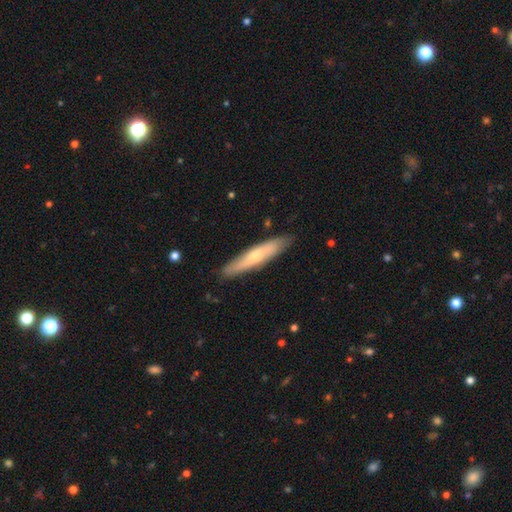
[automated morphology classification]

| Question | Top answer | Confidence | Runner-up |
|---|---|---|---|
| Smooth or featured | smooth | 54% | featured or disk (40%) |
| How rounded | cigar-shaped | 88% | in between (11%) |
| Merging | none | 86% | minor disturbance (11%) |